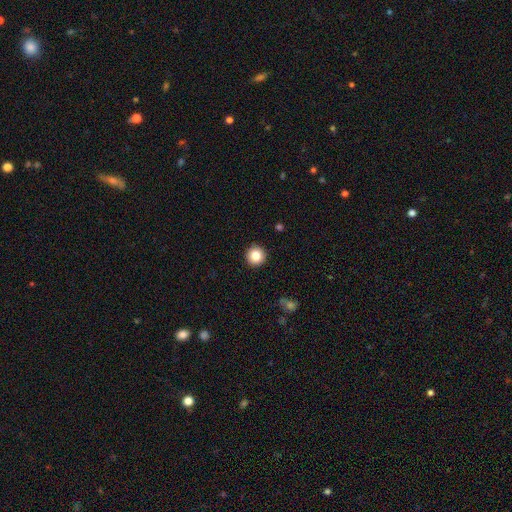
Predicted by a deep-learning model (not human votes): Smooth or featured? smooth (85%)
How rounded? round (96%)
Merging? none (93%)